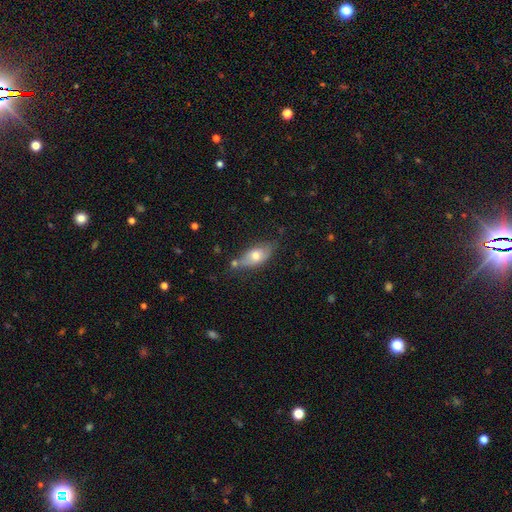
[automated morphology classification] This is likely a smooth galaxy (66%). How rounded: clearly in between (85%). Merging: possibly none (59%).